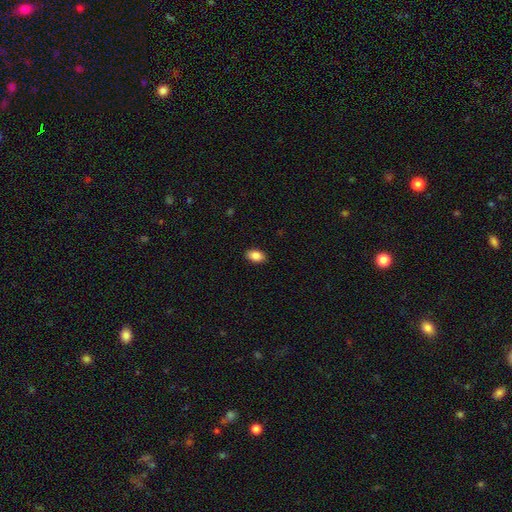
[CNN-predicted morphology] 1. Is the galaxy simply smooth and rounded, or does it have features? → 86% smooth, 8% star or artifact, 6% featured or disk.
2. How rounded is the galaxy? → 91% in between, 8% round, 2% cigar-shaped.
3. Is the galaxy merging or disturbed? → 90% none, 8% minor disturbance, 2% major disturbance, 1% merger.